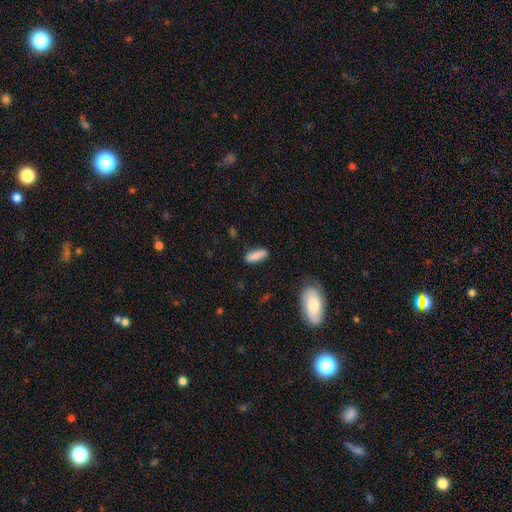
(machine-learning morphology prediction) Smooth or featured? Predicted: smooth (p=0.87). How rounded? Predicted: in between (p=0.61). Merging? Predicted: none (p=0.81).